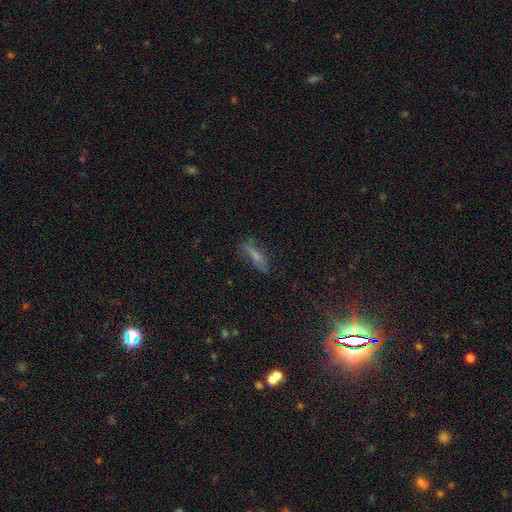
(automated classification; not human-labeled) Morphology: type=smooth (60%); roundness=cigar-shaped (71%); merging=none (61%).